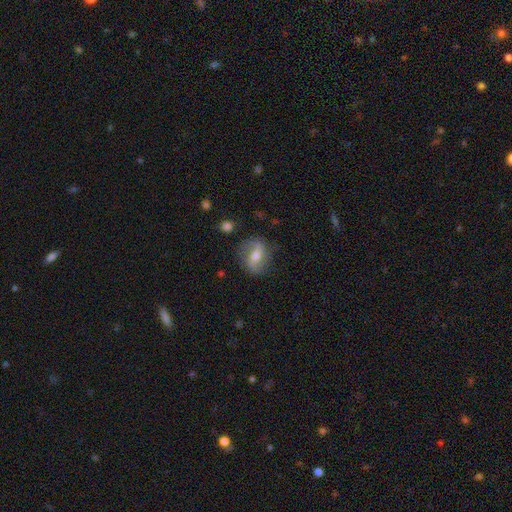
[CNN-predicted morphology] Smooth or featured? featured or disk (59%)
Edge-on disk? no (93%)
Bar? weak (41%)
Spiral arms? yes (81%)
Bulge size? moderate (64%)
Merging? none (76%)